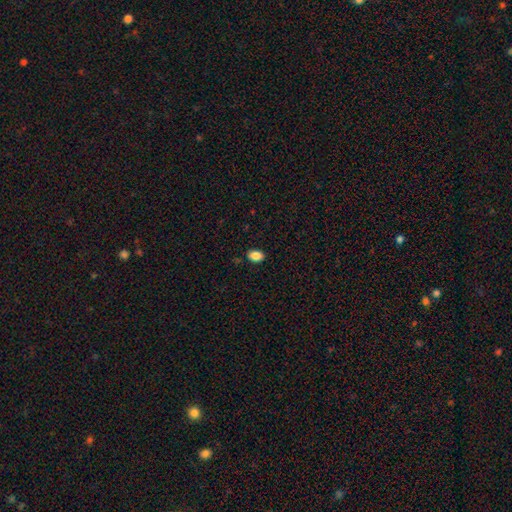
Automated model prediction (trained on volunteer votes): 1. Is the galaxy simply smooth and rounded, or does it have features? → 87% smooth, 9% star or artifact, 4% featured or disk.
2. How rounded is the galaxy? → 80% in between, 19% round, 1% cigar-shaped.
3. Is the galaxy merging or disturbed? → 87% none, 9% minor disturbance, 2% major disturbance, 1% merger.